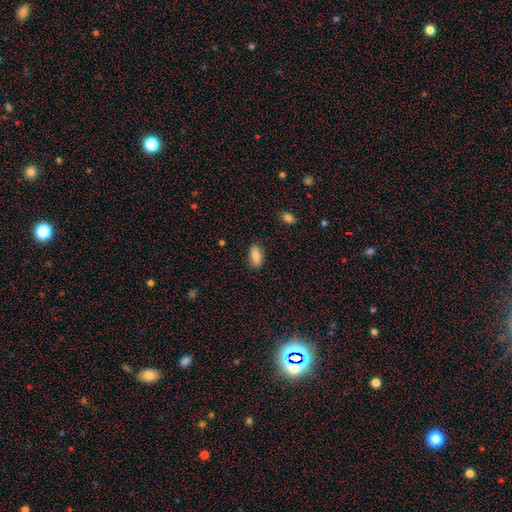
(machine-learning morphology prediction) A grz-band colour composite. It shows a smooth galaxy with no disk features (84%) that is in between round and cigar-shaped (87%). Merging: none (86%).